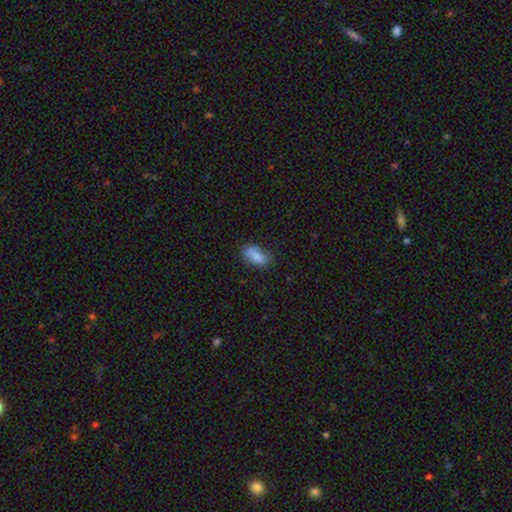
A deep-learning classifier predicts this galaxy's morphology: This is likely a smooth galaxy (79%). How rounded: clearly in between (89%). Merging: possibly none (59%).